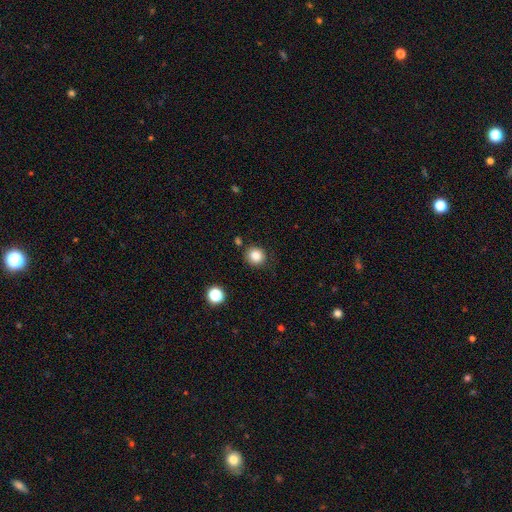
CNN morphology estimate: Smooth or featured?
  - smooth: 85% *
  - star or artifact: 11%
  - featured or disk: 4%
How rounded?
  - round: 89% *
  - in between: 10%
  - cigar-shaped: 1%
Merging?
  - none: 82% *
  - minor disturbance: 12%
  - major disturbance: 3%
  - merger: 3%